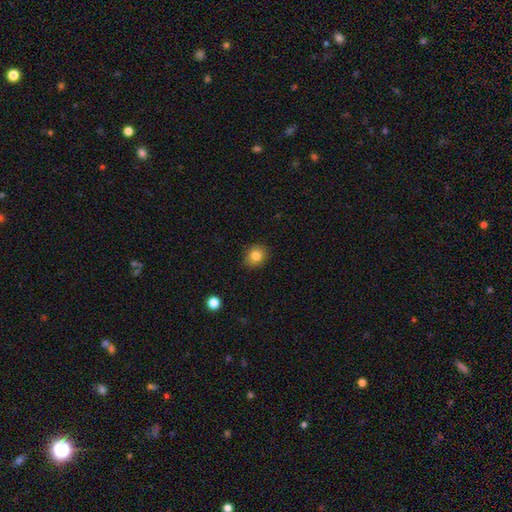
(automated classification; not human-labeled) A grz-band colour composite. It shows a smooth galaxy with no disk features (82%) that is round (77%). Merging: none (90%).